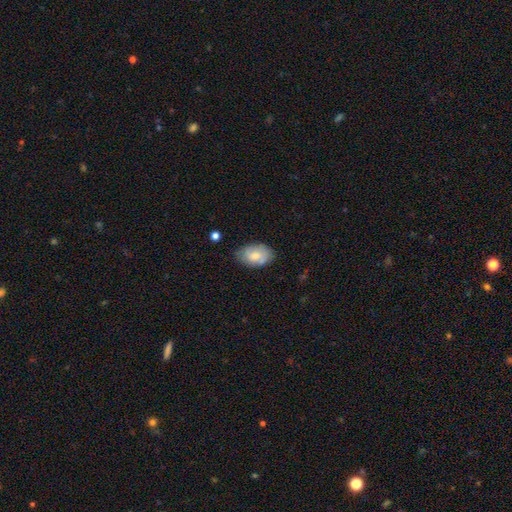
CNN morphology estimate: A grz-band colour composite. It shows a smooth galaxy with no disk features (74%) that is in between round and cigar-shaped (88%). Merging: none (72%).